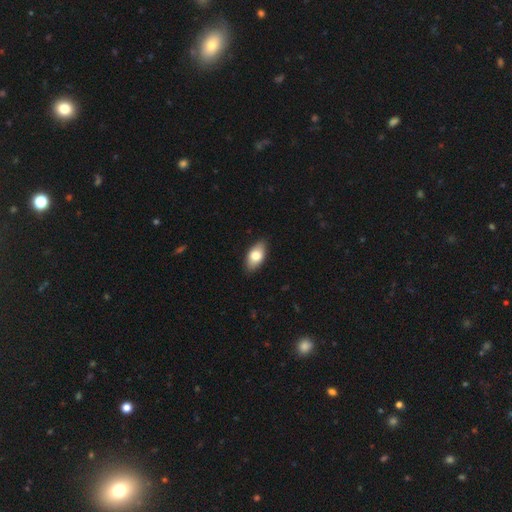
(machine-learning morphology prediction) smooth 76%, featured or disk 18%, star or artifact 6%. Down the decision tree: how rounded — in between (92%); merging — none (87%).